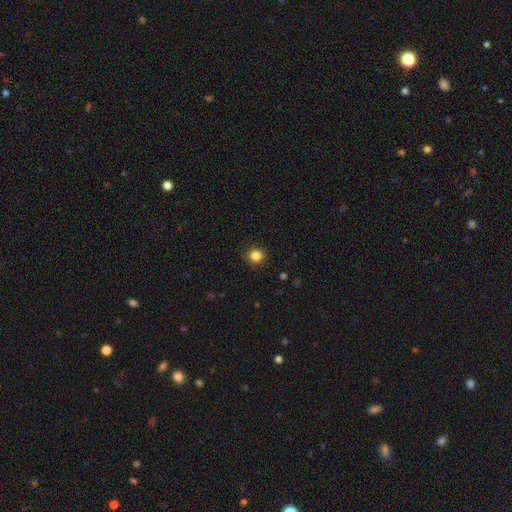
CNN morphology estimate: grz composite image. It shows a smooth galaxy with no disk features (84%) that is round (88%). Merging: none (90%).